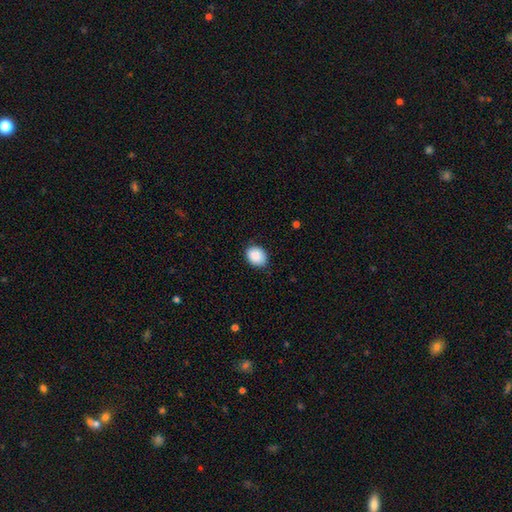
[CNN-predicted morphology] type=smooth (90%); roundness=in between (63%); merging=none (83%).